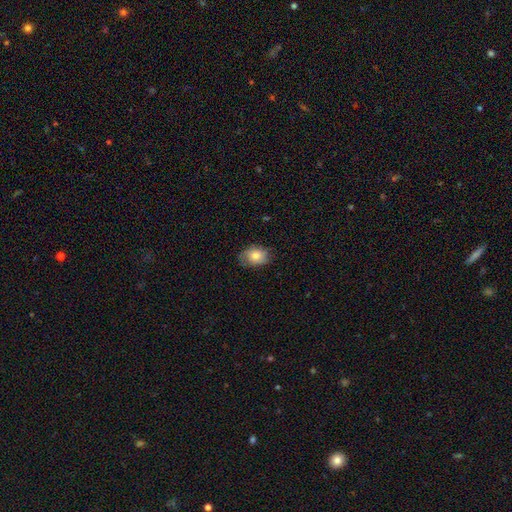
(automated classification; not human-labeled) Smooth or featured? smooth (77%)
How rounded? in between (72%)
Merging? none (73%)